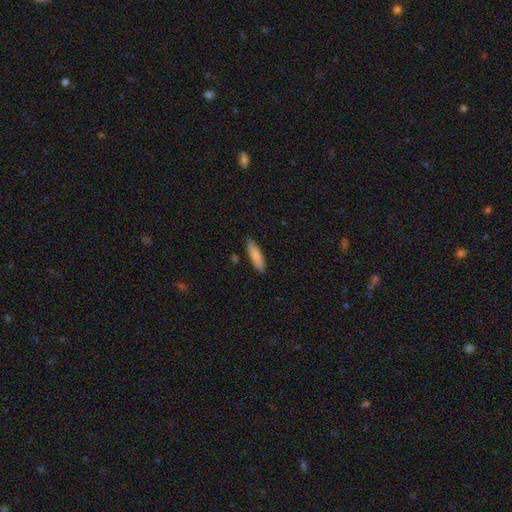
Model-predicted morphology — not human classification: The model was most divided on "how rounded": cigar-shaped: 70%, in between: 29%, round: 2%. More confident: merging — none (86%); smooth or featured — smooth (84%).